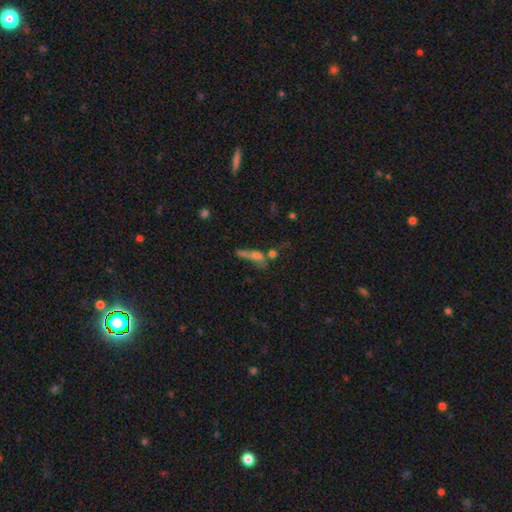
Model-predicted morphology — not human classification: smooth_or_featured: smooth (p=0.42) [alt: featured or disk p=0.33]
merging: merger (p=0.35) [alt: none p=0.31]